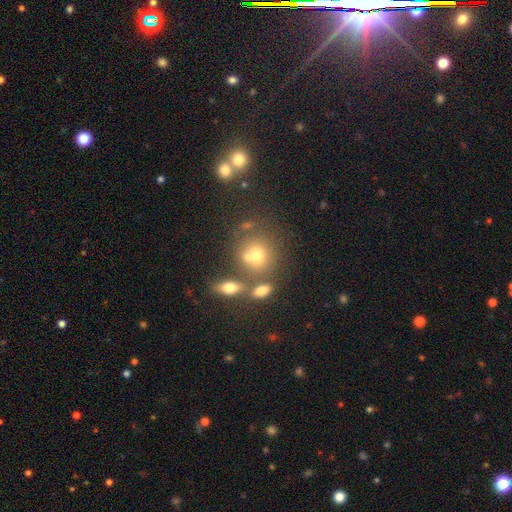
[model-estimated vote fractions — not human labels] smooth_or_featured: smooth (p=0.65) [alt: featured or disk p=0.19]
how_rounded: round (p=0.71) [alt: in between p=0.27]
merging: none (p=0.48) [alt: merger p=0.34]